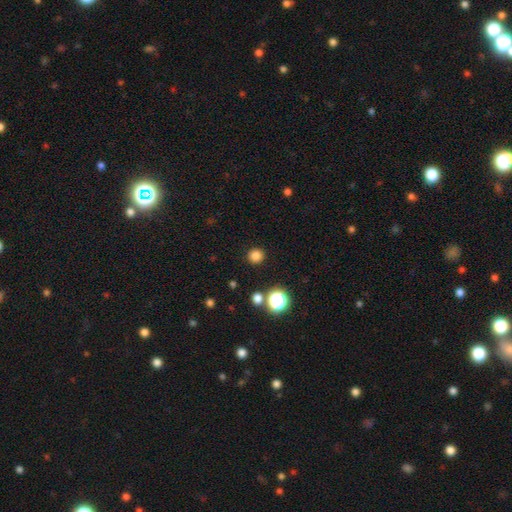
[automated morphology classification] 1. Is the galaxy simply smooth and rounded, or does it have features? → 81% smooth, 15% star or artifact, 4% featured or disk.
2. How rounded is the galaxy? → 94% round, 5% in between, 1% cigar-shaped.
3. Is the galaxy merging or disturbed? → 91% none, 5% minor disturbance, 2% major disturbance, 2% merger.